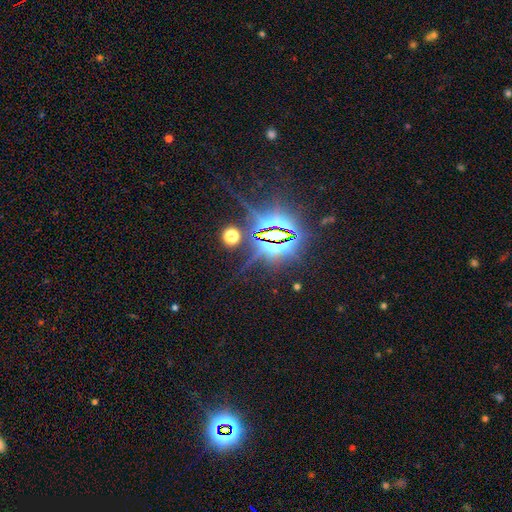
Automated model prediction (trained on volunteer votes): star or artifact 83%, featured or disk 10%, smooth 7%.